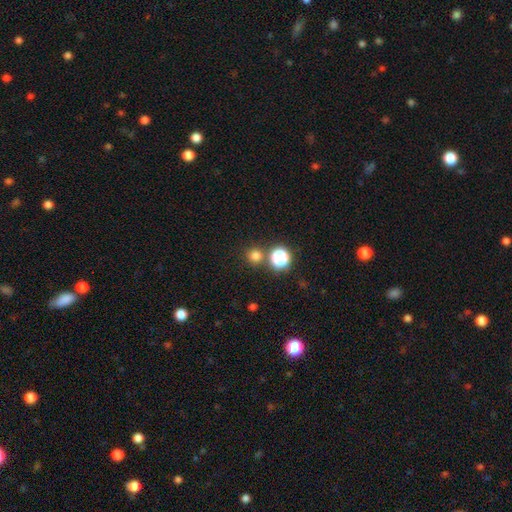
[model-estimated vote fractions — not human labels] Morphology: type=smooth (74%); roundness=round (94%); merging=none (79%).